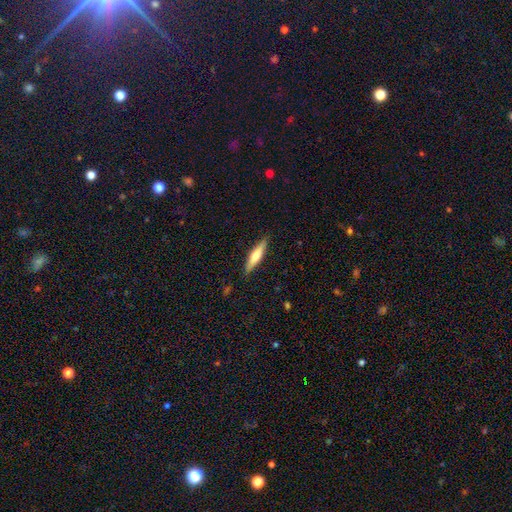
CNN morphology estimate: Q: Smooth or featured?
A: smooth (53%); runner-up: featured or disk (41%)
Q: How rounded?
A: cigar-shaped (80%); runner-up: in between (18%)
Q: Merging?
A: none (89%); runner-up: minor disturbance (8%)